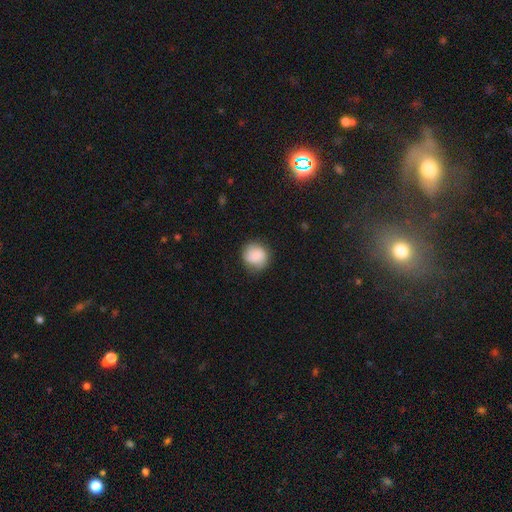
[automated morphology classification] Q: Smooth or featured?
A: smooth (79%); runner-up: featured or disk (14%)
Q: How rounded?
A: round (87%); runner-up: in between (12%)
Q: Merging?
A: none (80%); runner-up: minor disturbance (15%)